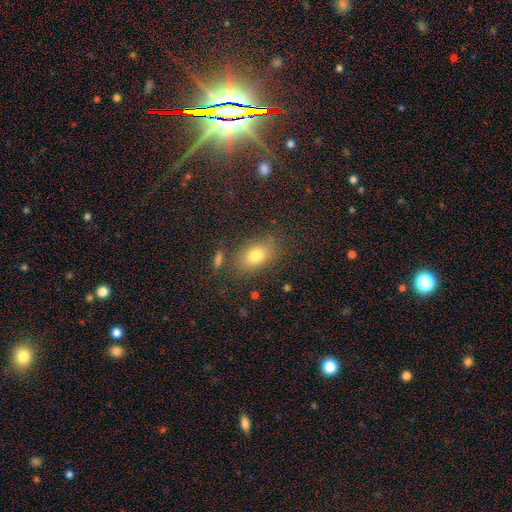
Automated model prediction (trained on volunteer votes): Smooth or featured?
  - smooth: 77% *
  - star or artifact: 12%
  - featured or disk: 11%
How rounded?
  - in between: 83% *
  - round: 15%
  - cigar-shaped: 3%
Merging?
  - none: 80% *
  - minor disturbance: 12%
  - major disturbance: 4%
  - merger: 4%